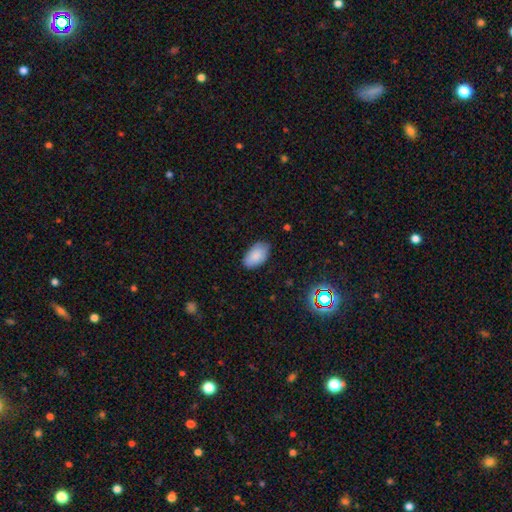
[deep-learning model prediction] Overall: smooth (87%). How rounded: in between (95%). Merging: none (81%).